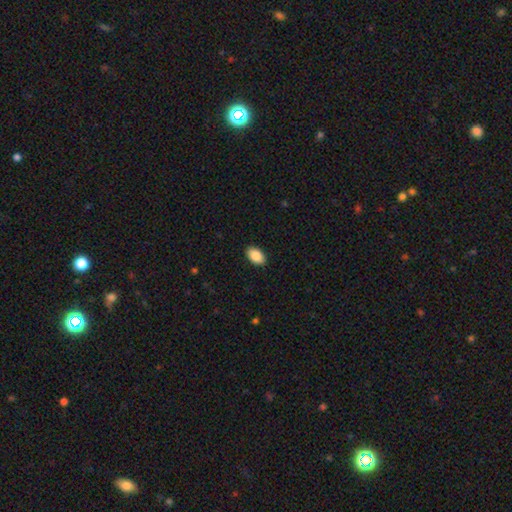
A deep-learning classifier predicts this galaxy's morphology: Smooth or featured? Predicted: smooth (p=0.89). How rounded? Predicted: in between (p=0.93). Merging? Predicted: none (p=0.90).